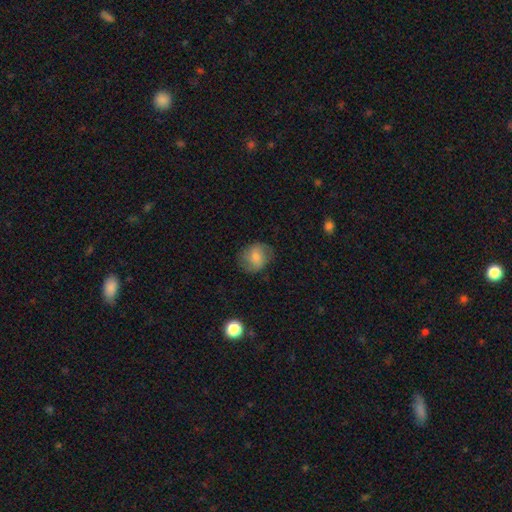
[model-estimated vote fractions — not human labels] Smooth or featured? Predicted: smooth (p=0.67). How rounded? Predicted: round (p=0.67). Merging? Predicted: none (p=0.76).